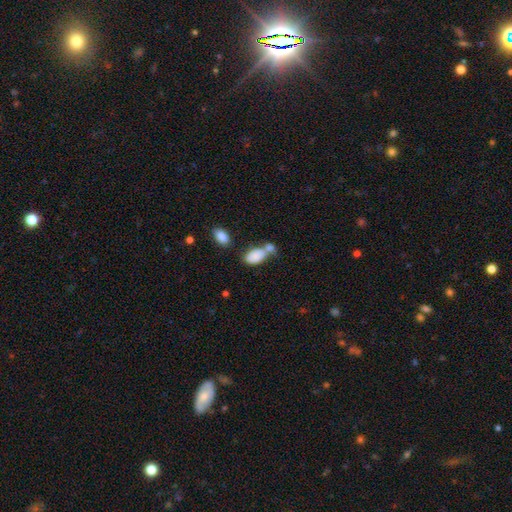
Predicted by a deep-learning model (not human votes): Smooth or featured?
  - smooth: 84% *
  - featured or disk: 8%
  - star or artifact: 8%
How rounded?
  - in between: 92% *
  - round: 6%
  - cigar-shaped: 2%
Merging?
  - merger: 45% *
  - none: 34%
  - minor disturbance: 14%
  - major disturbance: 7%